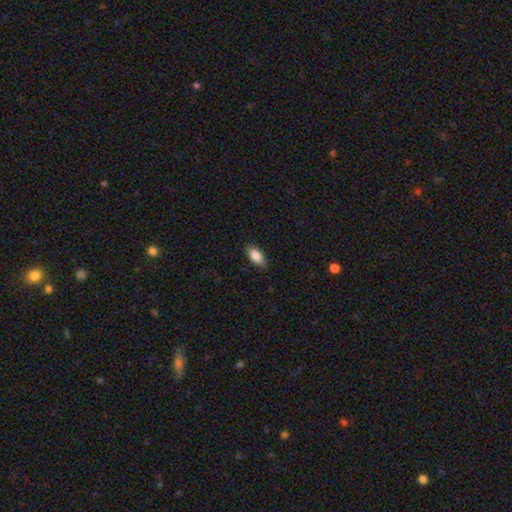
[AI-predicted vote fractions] A smooth galaxy with no disk features (87%) that is in between round and cigar-shaped (88%). Merging: none (86%).